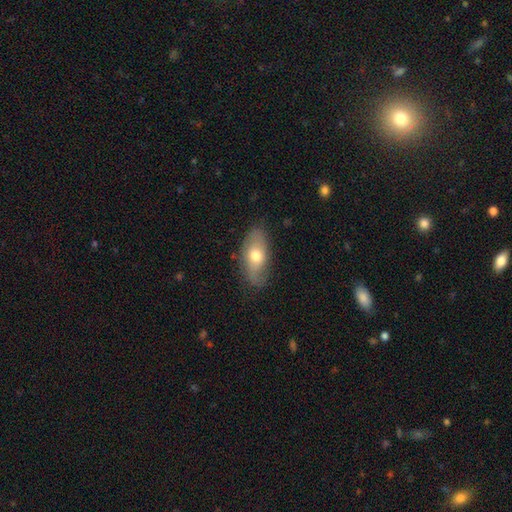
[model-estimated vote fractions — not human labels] Overall: smooth (61%; featured or disk 32%). How rounded: in between (88%). Merging: none (75%).